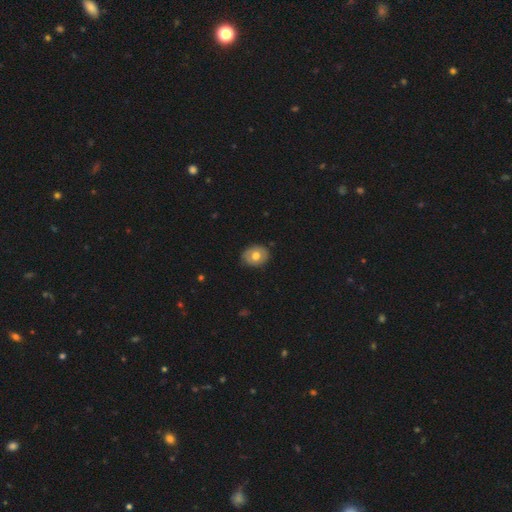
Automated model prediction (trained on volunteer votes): smooth-or-featured: smooth: 64% | featured or disk: 30% | star or artifact: 7%
  how-rounded: round: 50% | in between: 49% | cigar-shaped: 1%
  merging: none: 83% | minor disturbance: 14% | major disturbance: 3% | merger: 1%